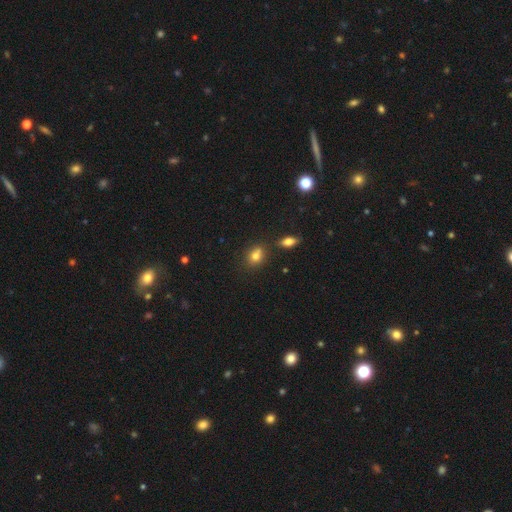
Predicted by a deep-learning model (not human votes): smooth-or-featured: smooth: 76% | star or artifact: 13% | featured or disk: 11%
  how-rounded: in between: 52% | round: 46% | cigar-shaped: 2%
  merging: none: 58% | merger: 25% | minor disturbance: 13% | major disturbance: 4%